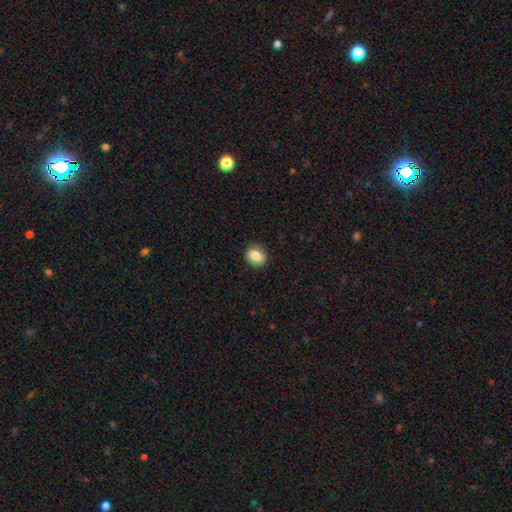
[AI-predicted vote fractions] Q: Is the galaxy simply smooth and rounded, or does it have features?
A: smooth — 77%.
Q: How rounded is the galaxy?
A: round — 55%.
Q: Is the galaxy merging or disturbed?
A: none — 87%.